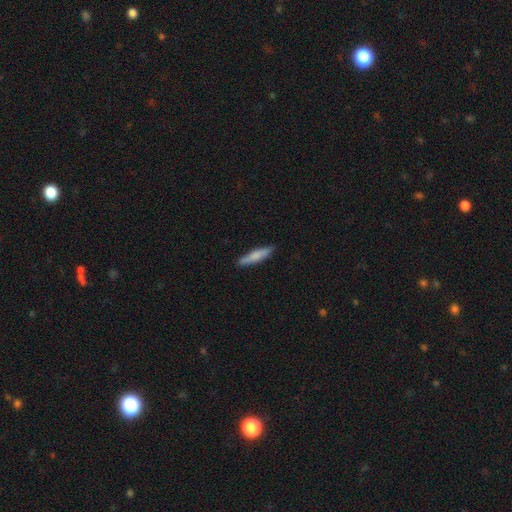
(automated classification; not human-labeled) Q: Smooth or featured?
A: smooth (75%); runner-up: featured or disk (20%)
Q: How rounded?
A: cigar-shaped (85%); runner-up: in between (13%)
Q: Merging?
A: none (87%); runner-up: minor disturbance (10%)